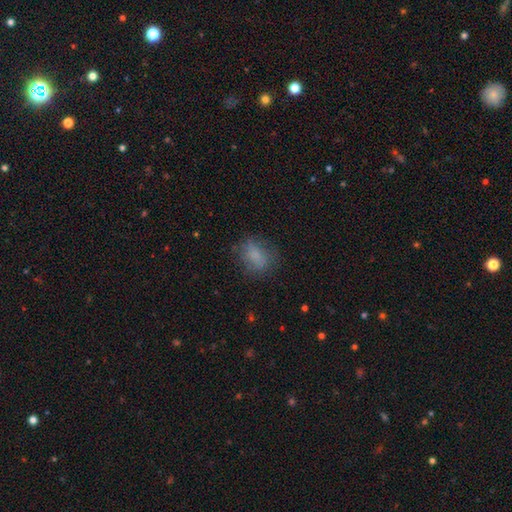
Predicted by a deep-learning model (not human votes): smooth_or_featured: smooth (p=0.76) [alt: featured or disk p=0.13]
how_rounded: in between (p=0.63) [alt: round p=0.35]
merging: none (p=0.67) [alt: minor disturbance p=0.21]